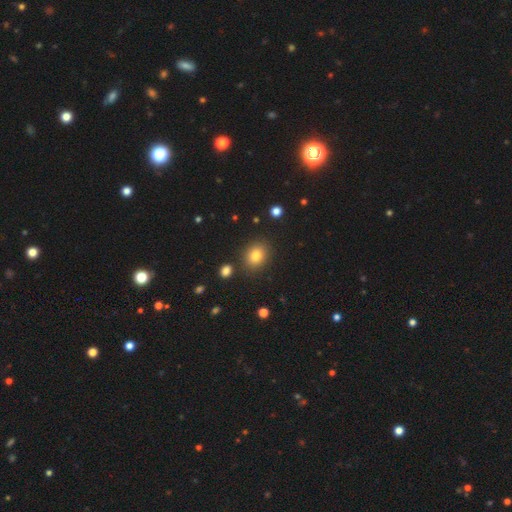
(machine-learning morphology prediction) Q: Smooth or featured?
A: smooth (82%); runner-up: star or artifact (11%)
Q: How rounded?
A: round (50%); runner-up: in between (49%)
Q: Merging?
A: none (85%); runner-up: minor disturbance (9%)